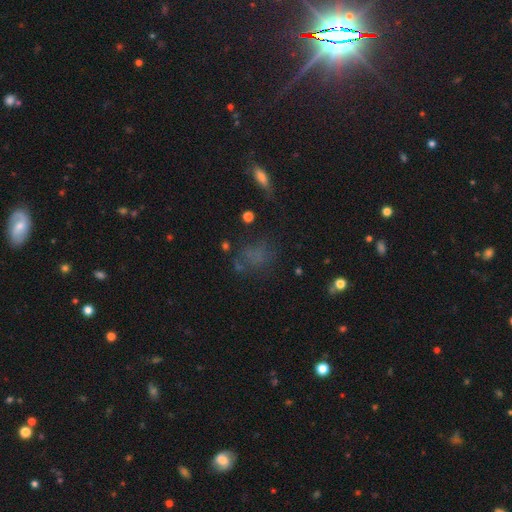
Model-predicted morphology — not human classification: smooth_or_featured: smooth (p=0.55) [alt: star or artifact p=0.24]
how_rounded: in between (p=0.55) [alt: round p=0.42]
merging: none (p=0.55) [alt: minor disturbance p=0.20]